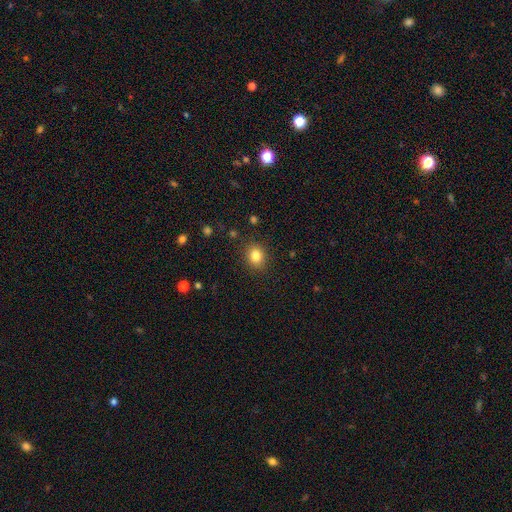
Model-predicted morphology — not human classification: Q: Smooth or featured?
A: smooth (83%); runner-up: star or artifact (11%)
Q: How rounded?
A: round (64%); runner-up: in between (35%)
Q: Merging?
A: none (88%); runner-up: minor disturbance (8%)